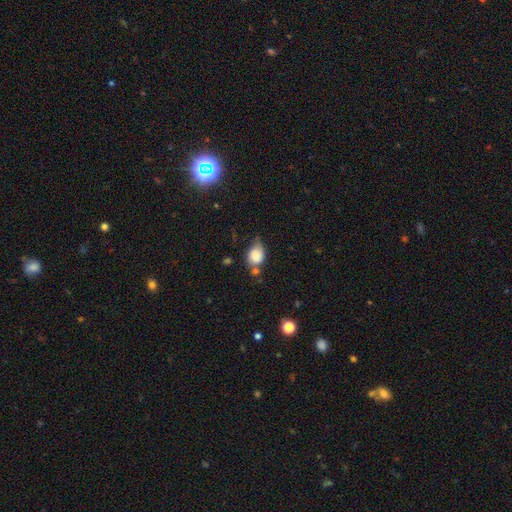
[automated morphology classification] A smooth galaxy with no disk features (81%) that is in between round and cigar-shaped (65%).

Vote fractions:
- Smooth or featured? smooth: 81% / featured or disk: 10% / star or artifact: 9%
- How rounded? in between: 65% / round: 33% / cigar-shaped: 1%
- Merging? none: 39% / minor disturbance: 35% / merger: 16% / major disturbance: 11%